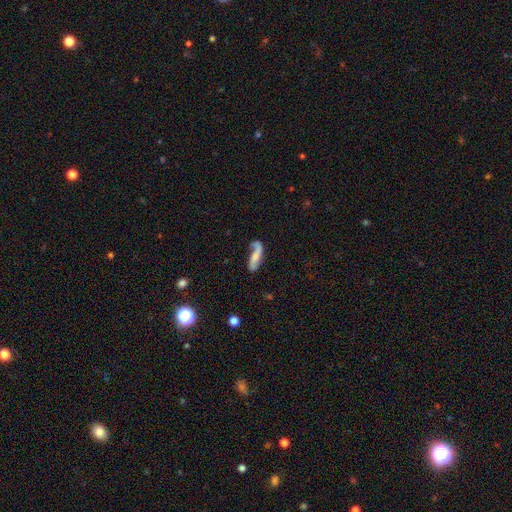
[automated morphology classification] Smooth or featured? Predicted: featured or disk (p=0.55). Edge-on disk? Predicted: no (p=0.86). Merging? Predicted: none (p=0.48).